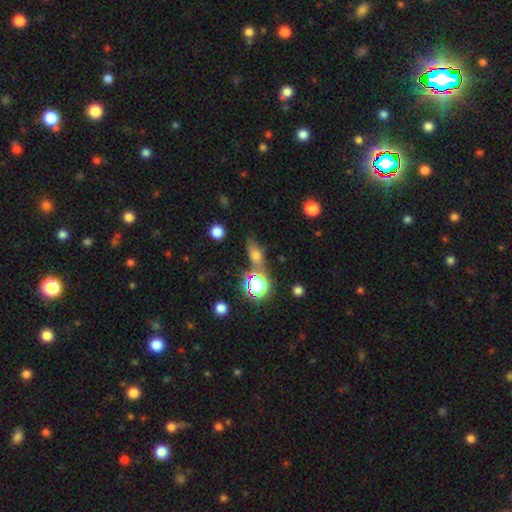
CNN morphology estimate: Smooth or featured: smooth — 58% (star or artifact — 23%)
How rounded: in between — 56% (round — 26%)
Merging: none — 61% (minor disturbance — 18%)